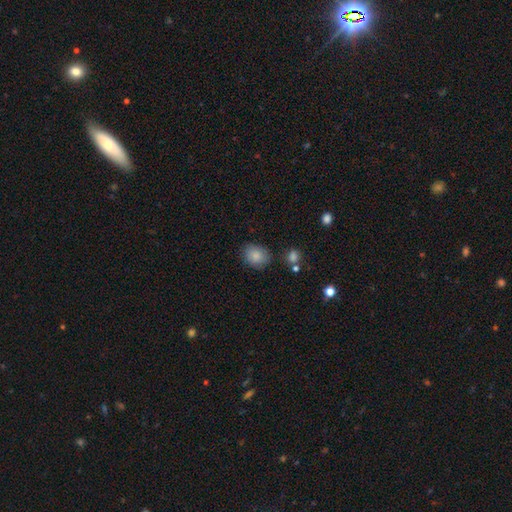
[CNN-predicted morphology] Smooth or featured? smooth (85%)
How rounded? round (50%)
Merging? none (79%)